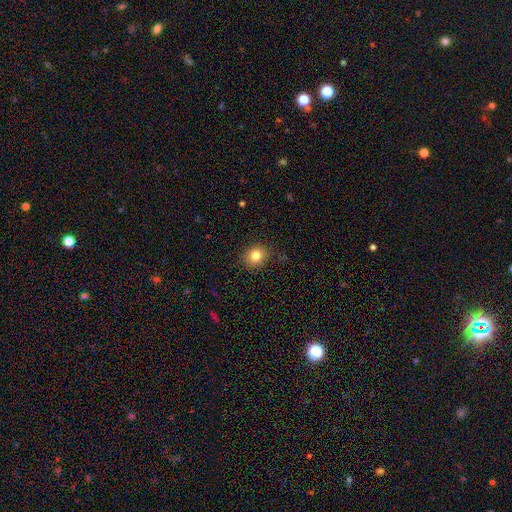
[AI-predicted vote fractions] A smooth galaxy with no disk features (81%) that is round (70%).

Vote fractions:
- Smooth or featured? smooth: 81% / star or artifact: 11% / featured or disk: 7%
- How rounded? round: 70% / in between: 30% / cigar-shaped: 1%
- Merging? none: 86% / minor disturbance: 10% / major disturbance: 3% / merger: 1%